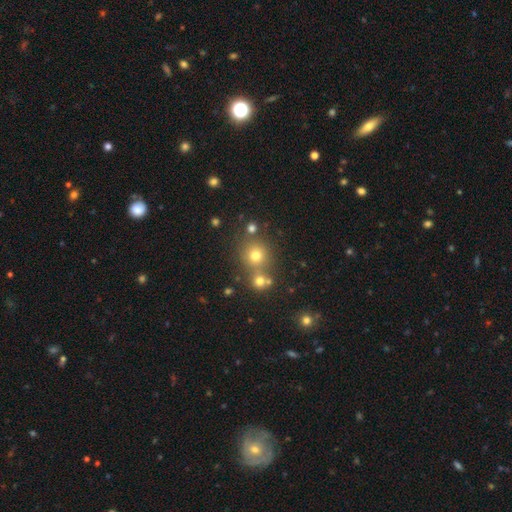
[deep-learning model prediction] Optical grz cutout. It shows a smooth galaxy with no disk features (70%) that is round (88%). Merging: none (67%).